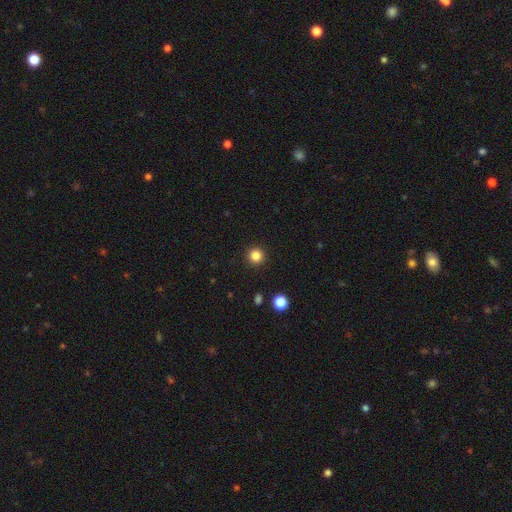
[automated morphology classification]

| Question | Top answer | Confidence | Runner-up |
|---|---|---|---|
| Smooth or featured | smooth | 84% | star or artifact (12%) |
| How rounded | round | 96% | in between (3%) |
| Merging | none | 93% | minor disturbance (4%) |